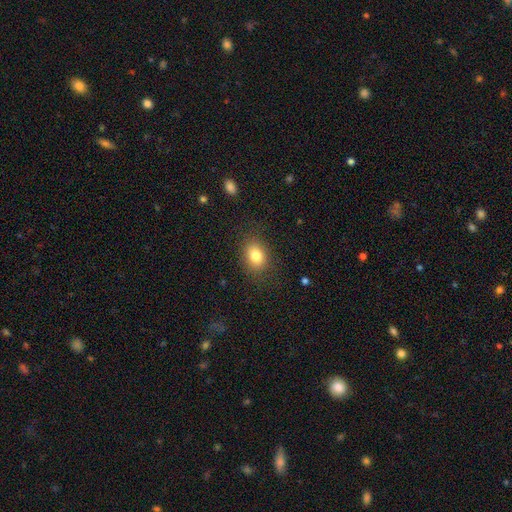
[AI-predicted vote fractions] Overall: smooth (83%). How rounded: in between (68%; round 31%). Merging: none (84%).